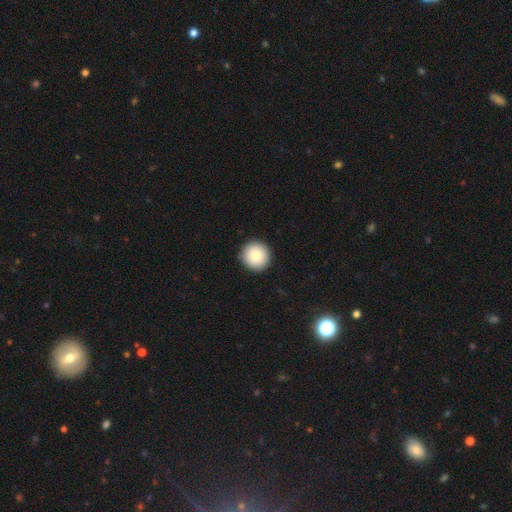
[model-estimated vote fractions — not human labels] smooth-or-featured: smooth: 85% | star or artifact: 8% | featured or disk: 8%
  how-rounded: round: 96% | in between: 3% | cigar-shaped: 1%
  merging: none: 92% | minor disturbance: 6% | major disturbance: 2% | merger: 1%